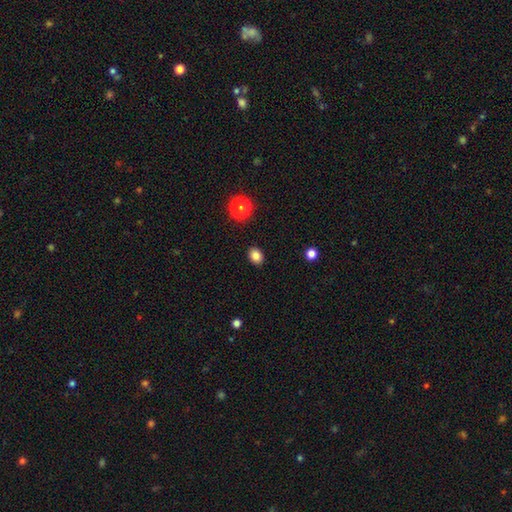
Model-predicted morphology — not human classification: This is clearly a smooth galaxy (84%). How rounded: likely in between (62%). Merging: clearly none (89%).